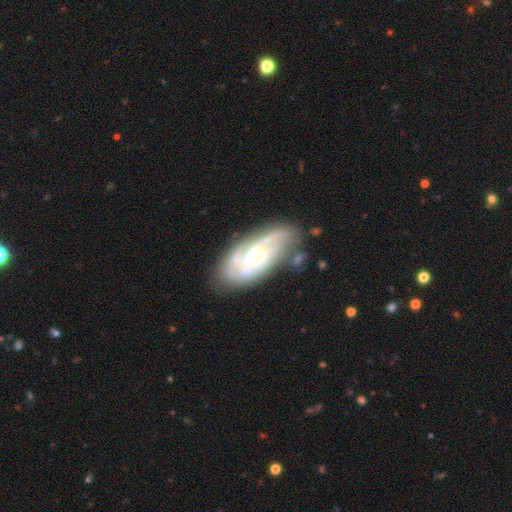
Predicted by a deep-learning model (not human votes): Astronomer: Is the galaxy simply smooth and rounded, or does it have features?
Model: featured or disk — 82%.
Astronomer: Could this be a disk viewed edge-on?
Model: no — 93%.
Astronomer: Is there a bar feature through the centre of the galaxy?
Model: no — 60%.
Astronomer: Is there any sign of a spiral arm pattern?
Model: yes — 93%.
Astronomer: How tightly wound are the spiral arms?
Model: tight — 46% (runner-up: medium, 39%).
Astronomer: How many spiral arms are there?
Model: can't tell — 29% (runner-up: 3, 27%).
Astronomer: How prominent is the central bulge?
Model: moderate — 57% (runner-up: small, 34%).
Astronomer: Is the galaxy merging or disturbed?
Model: none — 70%.